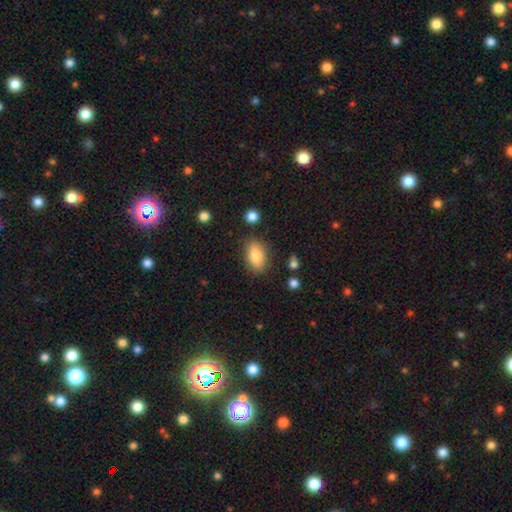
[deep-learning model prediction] Overall: smooth (84%). How rounded: in between (89%). Merging: none (82%).